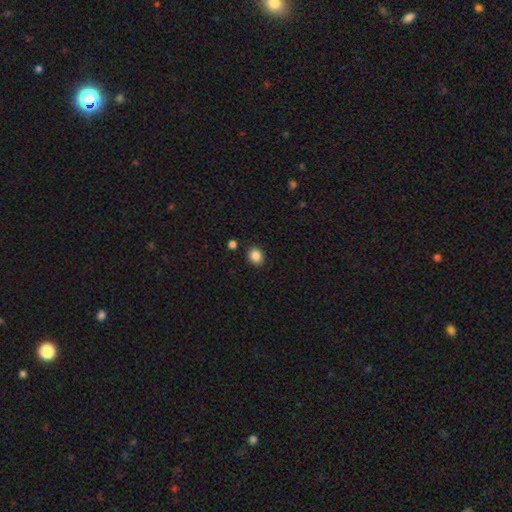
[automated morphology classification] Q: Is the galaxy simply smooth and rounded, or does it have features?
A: smooth — 87%.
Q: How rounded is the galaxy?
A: round — 67%.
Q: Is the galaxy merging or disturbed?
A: none — 88%.